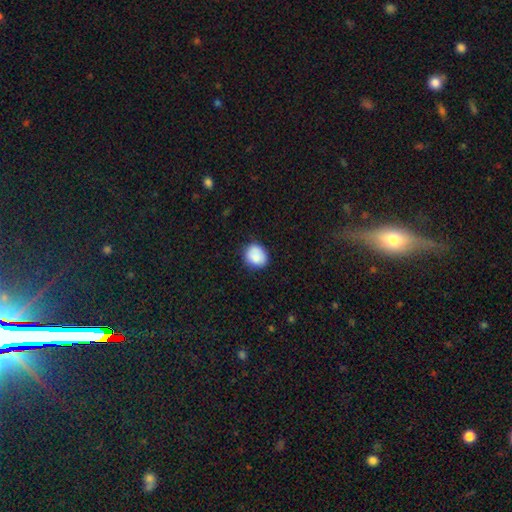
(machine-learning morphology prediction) The model was most divided on "how rounded": round: 66%, in between: 34%, cigar-shaped: 1%. More confident: smooth or featured — smooth (86%); merging — none (78%).